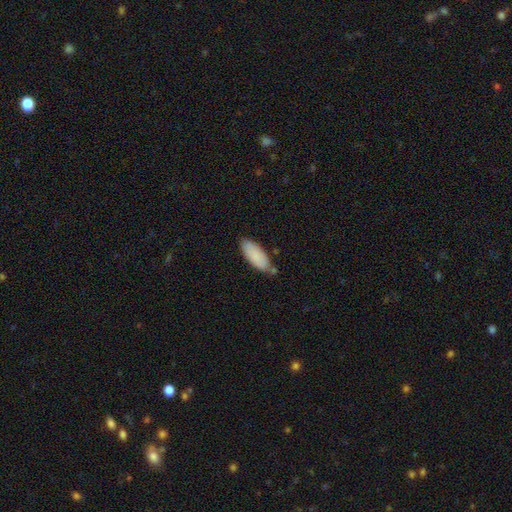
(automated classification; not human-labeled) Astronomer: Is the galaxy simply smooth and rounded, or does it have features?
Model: smooth — 86%.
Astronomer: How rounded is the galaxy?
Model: in between — 78%.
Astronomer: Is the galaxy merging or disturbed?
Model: none — 70%.